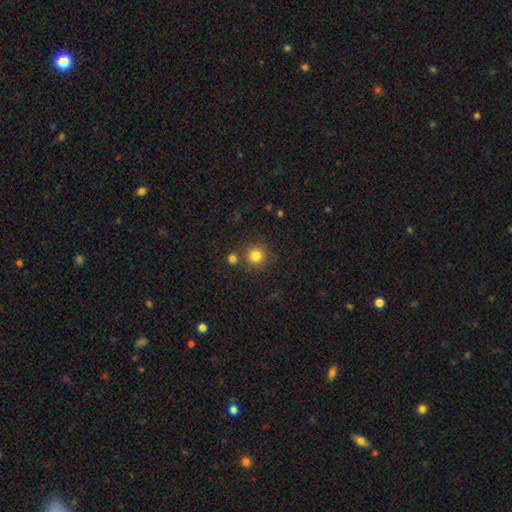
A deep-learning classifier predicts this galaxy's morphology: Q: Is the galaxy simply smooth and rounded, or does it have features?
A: smooth — 81%.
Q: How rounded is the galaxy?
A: round — 94%.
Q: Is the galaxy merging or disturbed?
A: none — 82%.